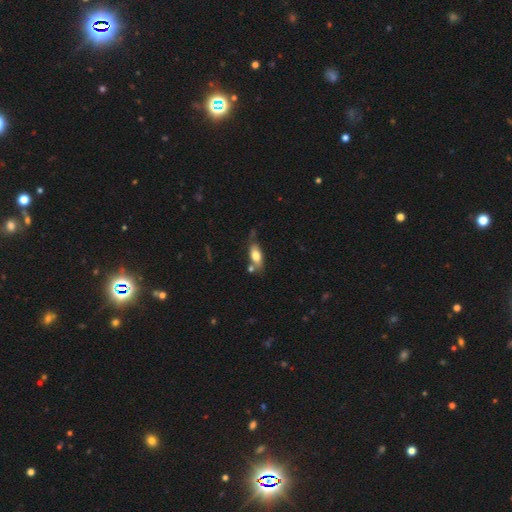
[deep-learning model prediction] Smooth or featured?
  - smooth: 71% *
  - featured or disk: 22%
  - star or artifact: 7%
How rounded?
  - in between: 82% *
  - cigar-shaped: 15%
  - round: 4%
Merging?
  - none: 59% *
  - minor disturbance: 21%
  - merger: 13%
  - major disturbance: 7%